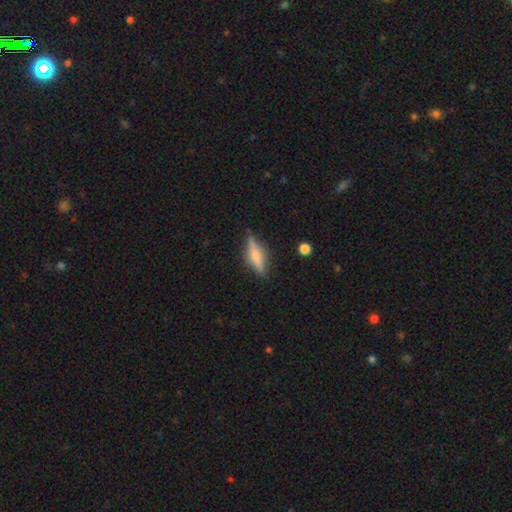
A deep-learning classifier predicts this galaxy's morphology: featured or disk 53%, smooth 39%, star or artifact 8%. Down the decision tree: edge-on disk — yes (93%); merging — none (82%).